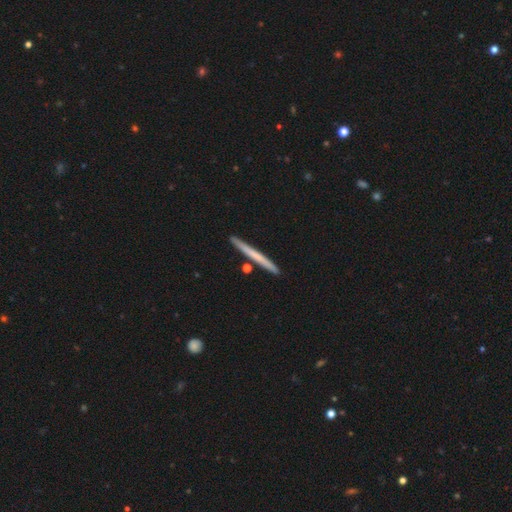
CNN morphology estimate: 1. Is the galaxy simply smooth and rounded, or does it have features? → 56% smooth, 38% featured or disk, 5% star or artifact.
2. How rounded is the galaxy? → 97% cigar-shaped, 1% in between, 1% round.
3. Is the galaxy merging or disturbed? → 90% none, 6% minor disturbance, 3% merger, 1% major disturbance.